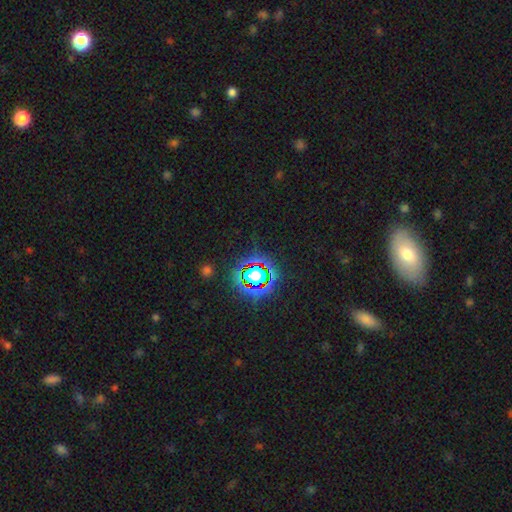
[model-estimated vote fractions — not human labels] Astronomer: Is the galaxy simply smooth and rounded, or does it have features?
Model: star or artifact — 74%.